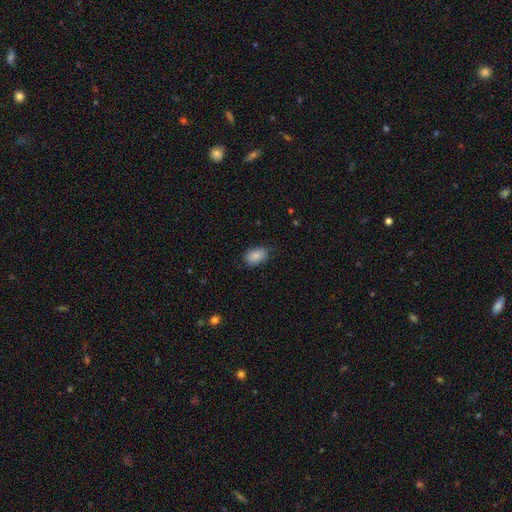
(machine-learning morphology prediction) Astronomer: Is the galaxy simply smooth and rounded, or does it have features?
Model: smooth — 86%.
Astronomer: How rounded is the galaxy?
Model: in between — 88%.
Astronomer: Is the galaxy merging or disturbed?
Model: none — 76%.